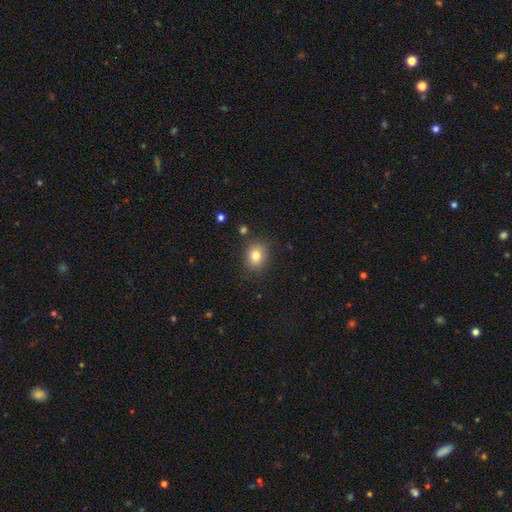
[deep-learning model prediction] The model was most divided on "how rounded": round: 56%, in between: 43%, cigar-shaped: 1%. More confident: merging — none (83%); smooth or featured — smooth (81%).